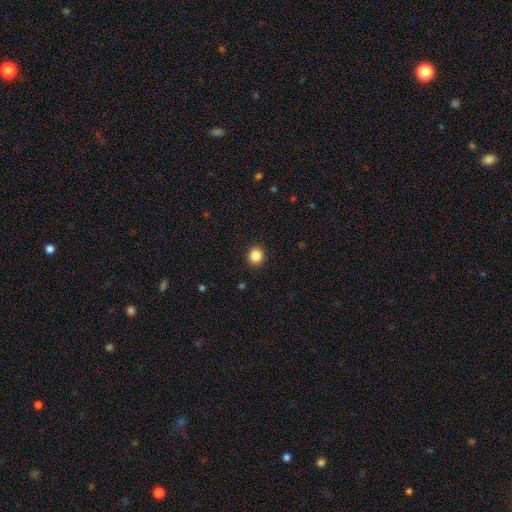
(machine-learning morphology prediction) A smooth galaxy with no disk features (86%) that is round (87%).

Vote fractions:
- Smooth or featured? smooth: 86% / star or artifact: 10% / featured or disk: 4%
- How rounded? round: 87% / in between: 12% / cigar-shaped: 1%
- Merging? none: 92% / minor disturbance: 5% / major disturbance: 2% / merger: 1%